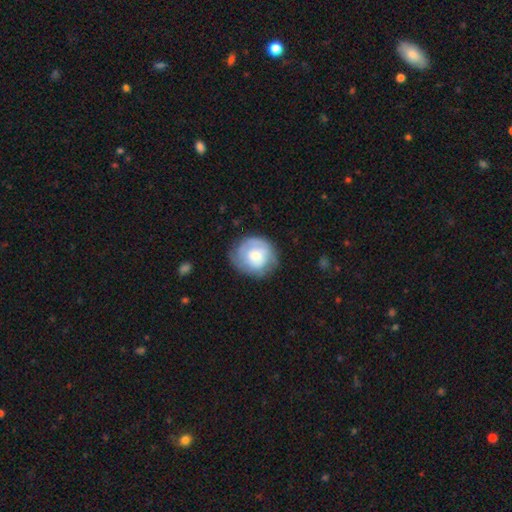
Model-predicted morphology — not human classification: This is possibly a smooth galaxy (47%). Merging: likely none (69%).